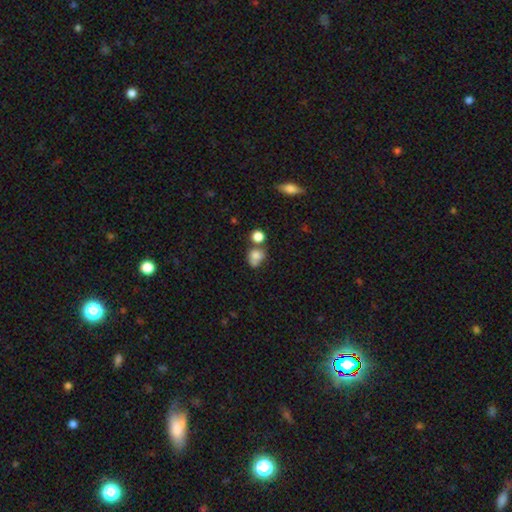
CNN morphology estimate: smooth_or_featured: smooth (p=0.77) [alt: star or artifact p=0.12]
how_rounded: round (p=0.55) [alt: in between p=0.44]
merging: none (p=0.39) [alt: merger p=0.31]